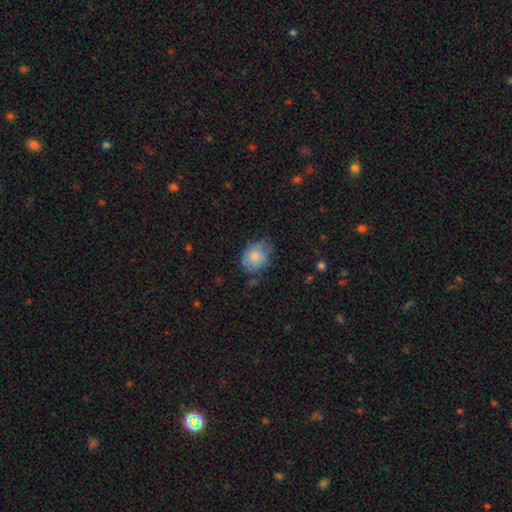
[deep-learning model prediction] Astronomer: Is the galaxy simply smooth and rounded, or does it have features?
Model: smooth — 75%.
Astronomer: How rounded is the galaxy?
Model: in between — 52% (runner-up: round, 47%).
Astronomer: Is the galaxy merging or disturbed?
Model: none — 53% (runner-up: minor disturbance, 34%).